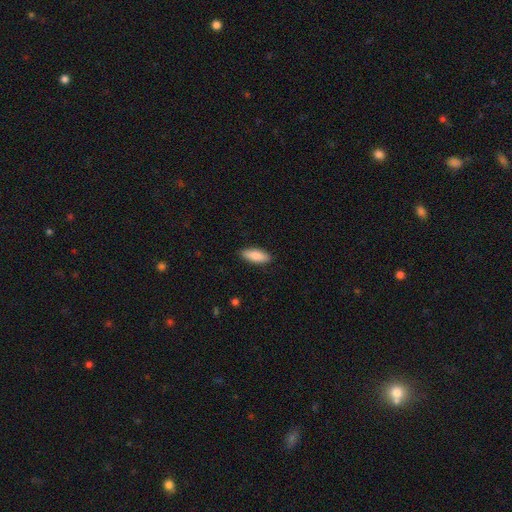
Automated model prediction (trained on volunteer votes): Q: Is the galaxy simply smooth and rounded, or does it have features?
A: smooth — 85%.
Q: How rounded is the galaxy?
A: in between — 72%.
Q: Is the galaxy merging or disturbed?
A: none — 89%.